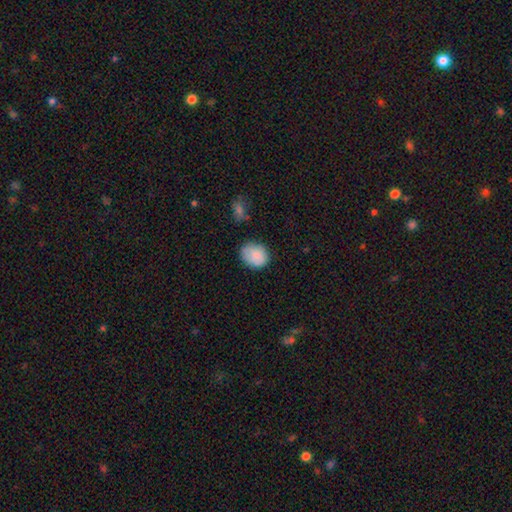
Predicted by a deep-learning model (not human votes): This is clearly a smooth galaxy (84%). How rounded: possibly round (51%). Merging: likely none (72%).